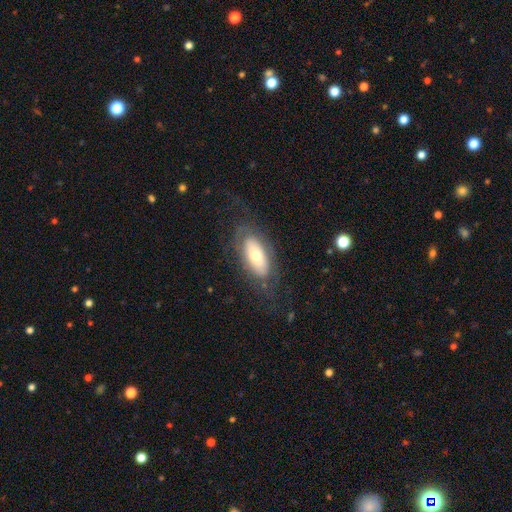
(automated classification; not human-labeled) smooth_or_featured: smooth (p=0.51) [alt: featured or disk p=0.42]
how_rounded: in between (p=0.84) [alt: cigar-shaped p=0.13]
merging: none (p=0.70) [alt: minor disturbance p=0.16]